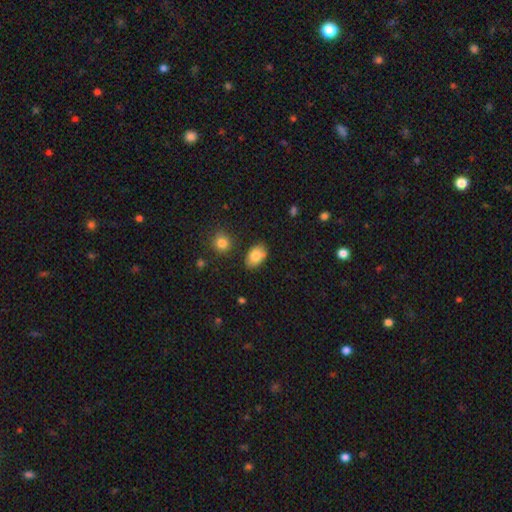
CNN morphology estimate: smooth_or_featured: smooth (p=0.82) [alt: featured or disk p=0.11]
how_rounded: in between (p=0.88) [alt: round p=0.11]
merging: none (p=0.78) [alt: minor disturbance p=0.13]